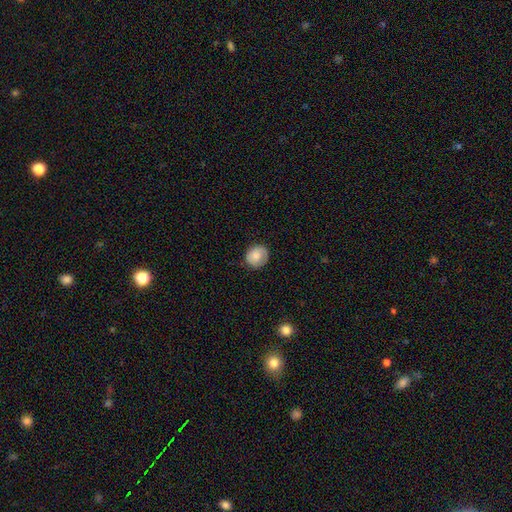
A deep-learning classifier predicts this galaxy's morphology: Smooth or featured? smooth (76%)
How rounded? round (78%)
Merging? none (78%)